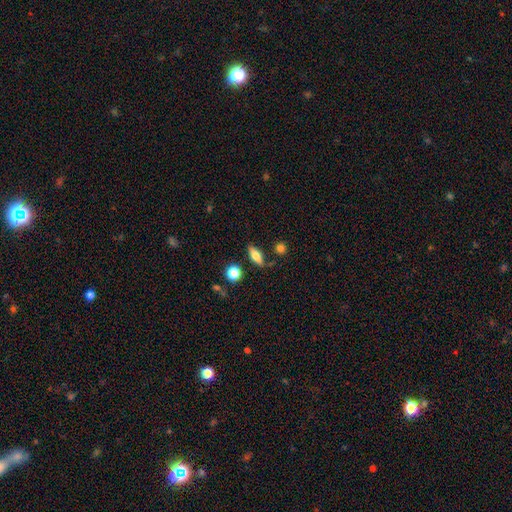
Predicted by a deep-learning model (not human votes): Q: Smooth or featured?
A: smooth (63%); runner-up: featured or disk (28%)
Q: How rounded?
A: in between (64%); runner-up: cigar-shaped (30%)
Q: Merging?
A: none (78%); runner-up: minor disturbance (14%)